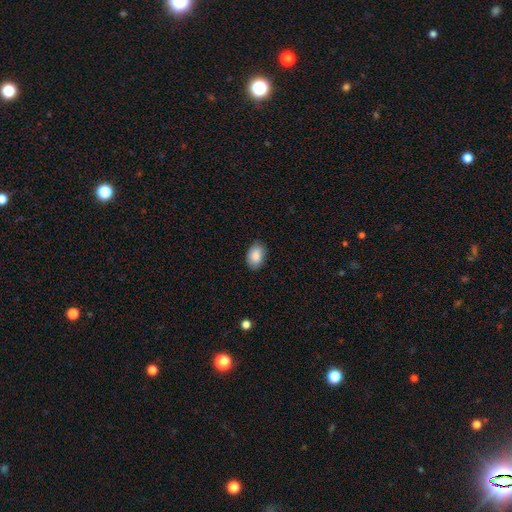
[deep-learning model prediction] Smooth or featured? Predicted: smooth (p=0.87). How rounded? Predicted: in between (p=0.87). Merging? Predicted: none (p=0.87).